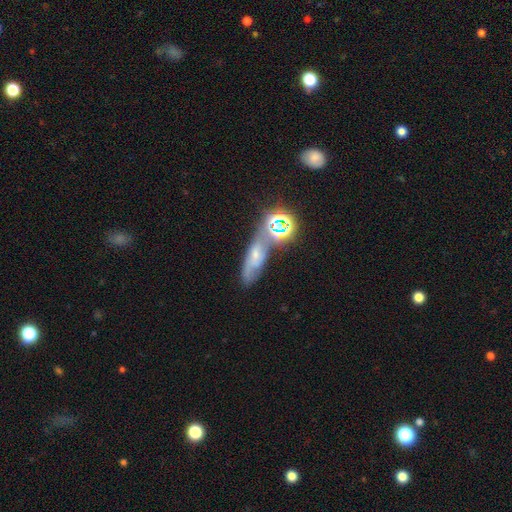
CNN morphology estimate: featured or disk 35%, smooth 34%, star or artifact 32%. Down the decision tree: merging — none (48%).